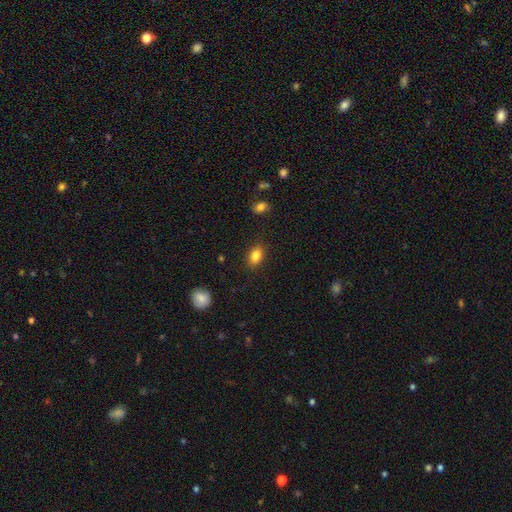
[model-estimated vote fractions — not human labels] Morphology: type=smooth (84%); roundness=in between (85%); merging=none (86%).